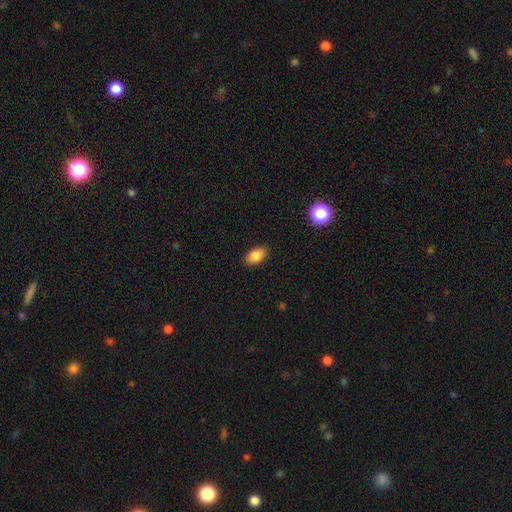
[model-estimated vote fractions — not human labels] A smooth galaxy with no disk features (84%) that is in between round and cigar-shaped (90%). Merging: none (88%).